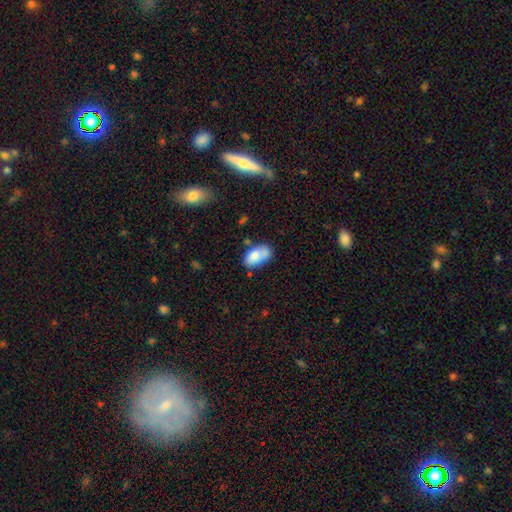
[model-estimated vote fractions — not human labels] Smooth or featured? Predicted: smooth (p=0.77). How rounded? Predicted: in between (p=0.92). Merging? Predicted: none (p=0.48).